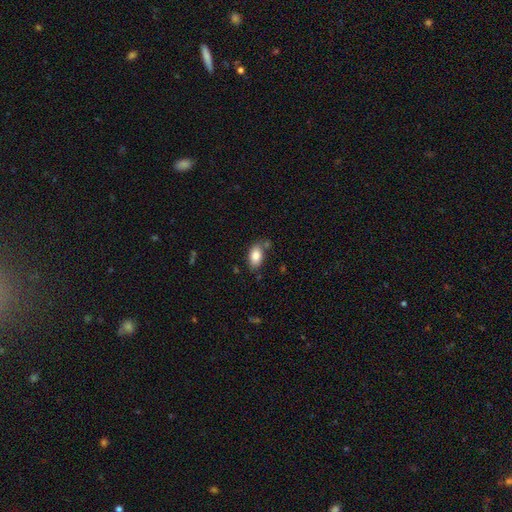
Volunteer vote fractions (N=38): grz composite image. It shows a smooth galaxy with no disk features (89%) that is in between round and cigar-shaped (85%). Merging: none (70%).